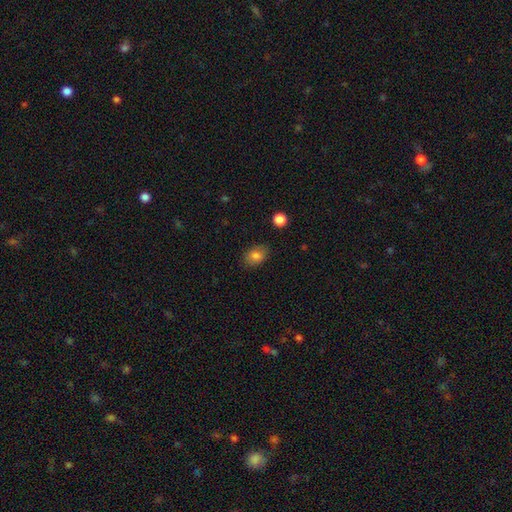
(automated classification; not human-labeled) This is clearly a smooth galaxy (83%). How rounded: likely in between (71%). Merging: clearly none (83%).